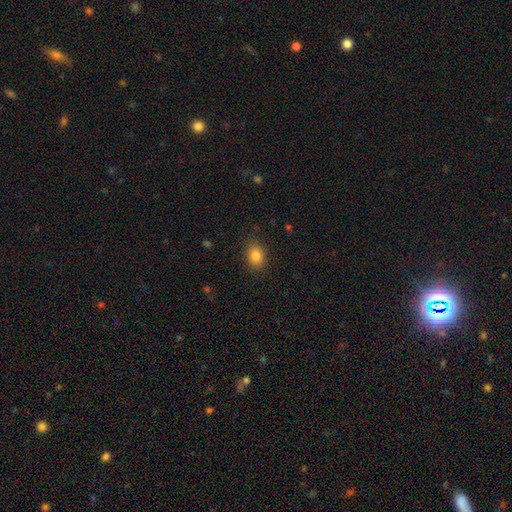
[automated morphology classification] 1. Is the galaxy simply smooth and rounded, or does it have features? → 83% smooth, 10% star or artifact, 7% featured or disk.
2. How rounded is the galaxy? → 64% in between, 35% round, 1% cigar-shaped.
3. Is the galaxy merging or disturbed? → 86% none, 10% minor disturbance, 3% major disturbance, 1% merger.